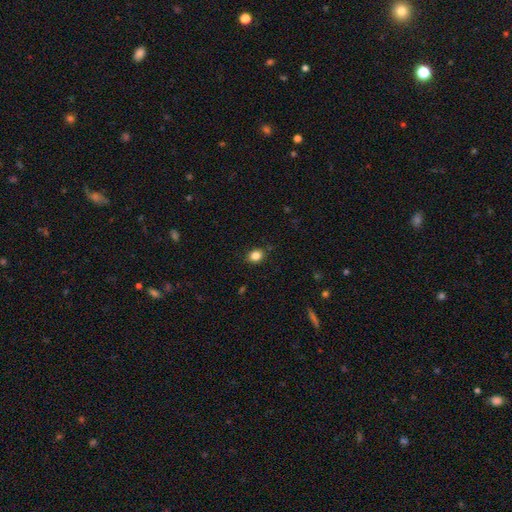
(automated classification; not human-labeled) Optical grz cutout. It shows a smooth galaxy with no disk features (84%) that is round (55%). Merging: none (86%).